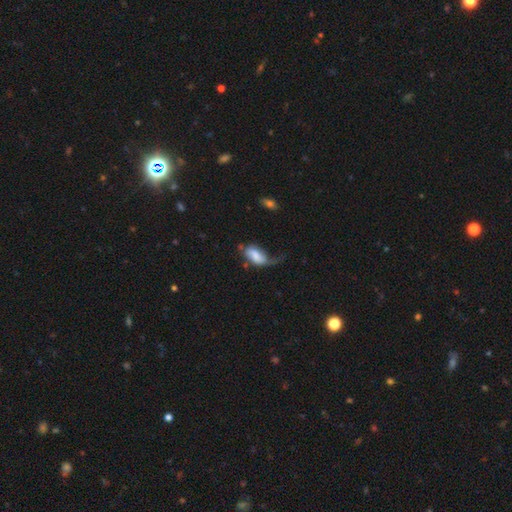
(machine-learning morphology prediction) This is likely a smooth galaxy (63%). How rounded: clearly in between (91%). Merging: possibly major disturbance (50%).